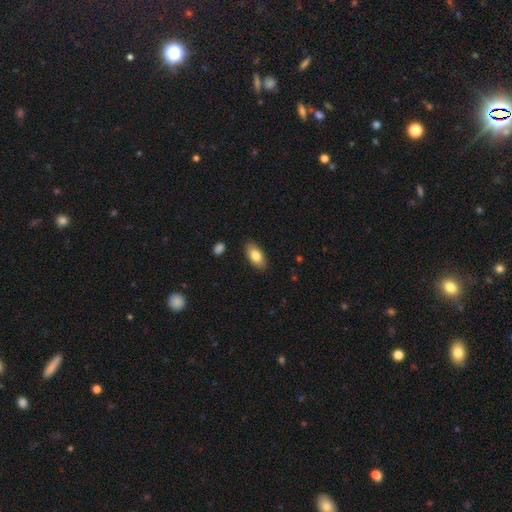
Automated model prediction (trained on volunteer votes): smooth 80%, featured or disk 13%, star or artifact 7%. Down the decision tree: how rounded — in between (91%); merging — none (87%).